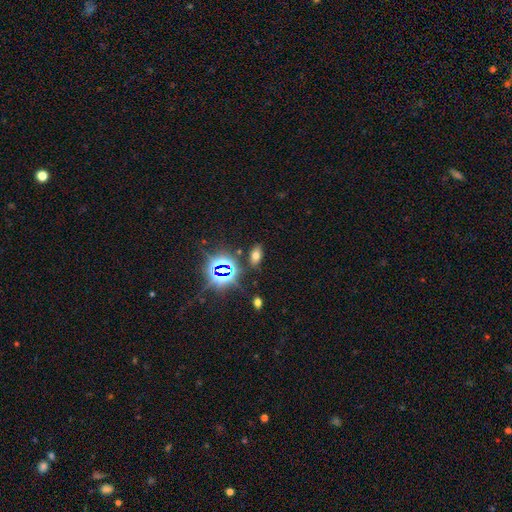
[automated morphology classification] type=smooth (55%); roundness=in between (87%); merging=none (84%).